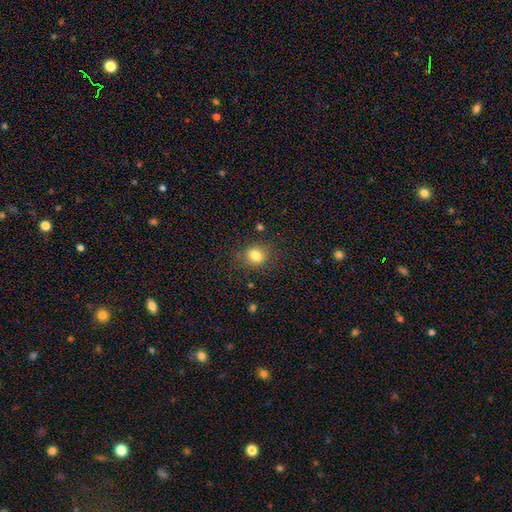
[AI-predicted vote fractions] Smooth or featured?
  - smooth: 81% *
  - star or artifact: 12%
  - featured or disk: 8%
How rounded?
  - round: 57% *
  - in between: 42%
  - cigar-shaped: 1%
Merging?
  - none: 79% *
  - minor disturbance: 13%
  - major disturbance: 5%
  - merger: 2%